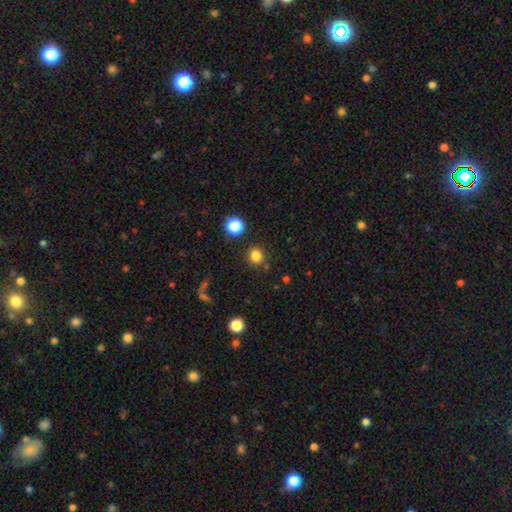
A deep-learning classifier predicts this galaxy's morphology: Smooth or featured? Predicted: smooth (p=0.83). How rounded? Predicted: round (p=0.83). Merging? Predicted: none (p=0.86).